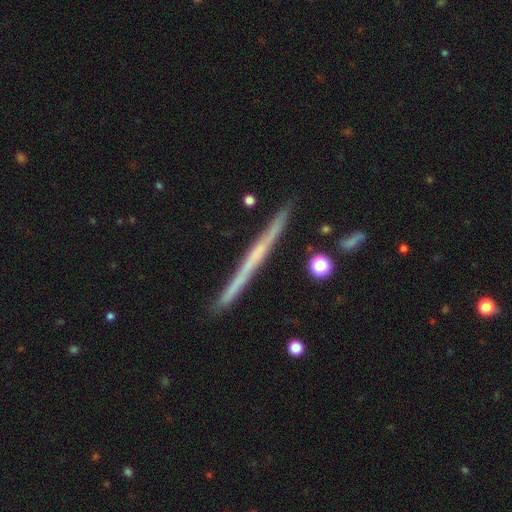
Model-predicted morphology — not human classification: Smooth or featured?
  - featured or disk: 65% *
  - smooth: 29%
  - star or artifact: 6%
Edge-on disk?
  - yes: 98% *
  - no: 2%
Edge-on bulge?
  - none: 82% *
  - rounded: 13%
  - boxy: 5%
Merging?
  - none: 90% *
  - minor disturbance: 7%
  - merger: 2%
  - major disturbance: 1%